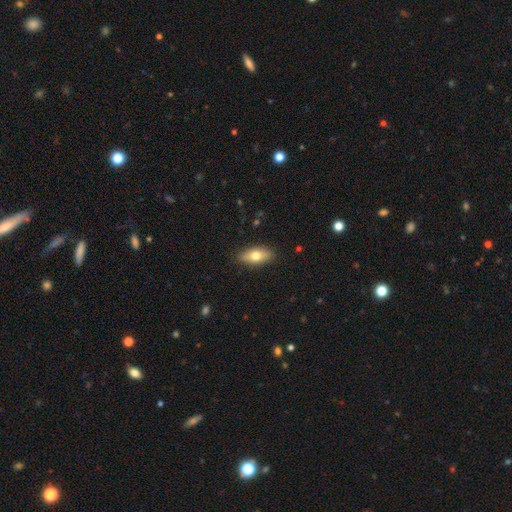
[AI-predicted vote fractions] Overall: smooth (69%). How rounded: in between (80%). Merging: none (87%).